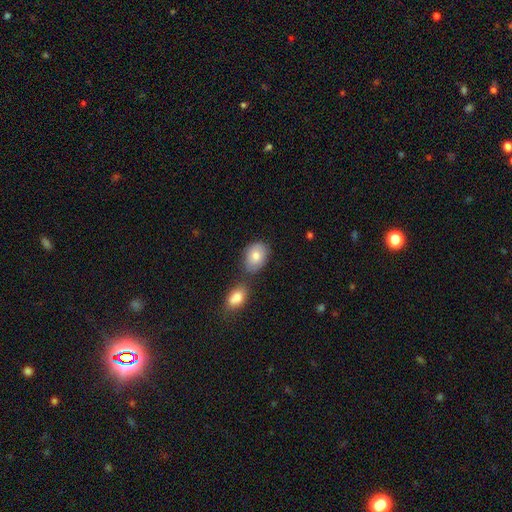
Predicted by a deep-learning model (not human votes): smooth 79%, featured or disk 13%, star or artifact 8%. Down the decision tree: how rounded — in between (71%); merging — none (62%).